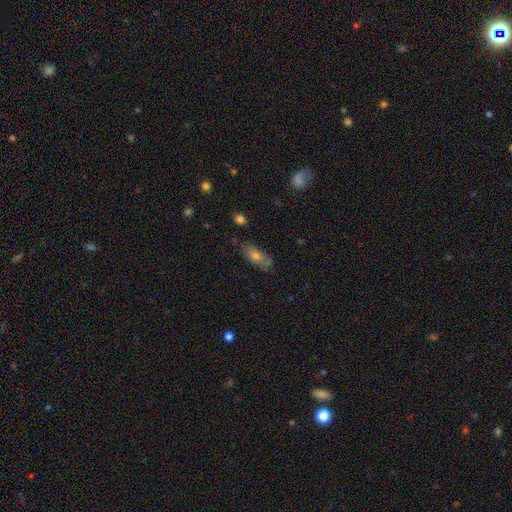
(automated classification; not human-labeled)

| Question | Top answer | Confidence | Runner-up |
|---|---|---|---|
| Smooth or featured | smooth | 65% | featured or disk (26%) |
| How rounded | in between | 77% | cigar-shaped (20%) |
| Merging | none | 69% | minor disturbance (23%) |